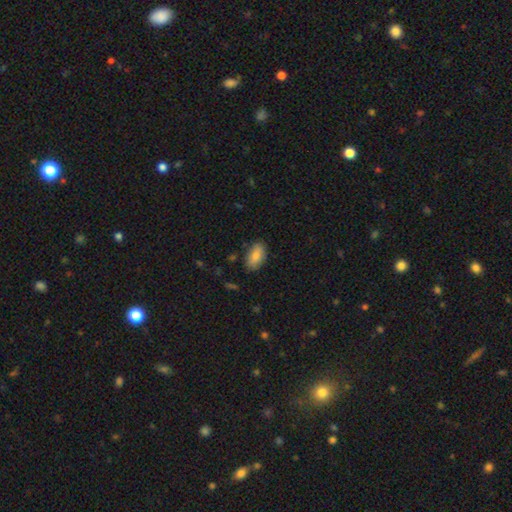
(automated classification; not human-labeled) Smooth or featured? smooth (85%)
How rounded? in between (92%)
Merging? none (84%)